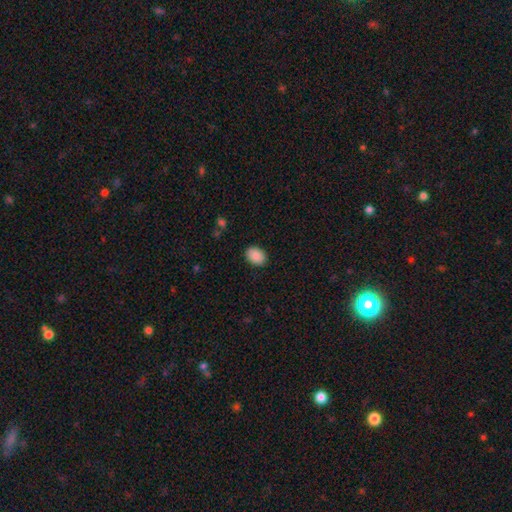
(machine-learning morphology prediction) A smooth galaxy with no disk features (90%) that is in between round and cigar-shaped (72%). Merging: none (89%).